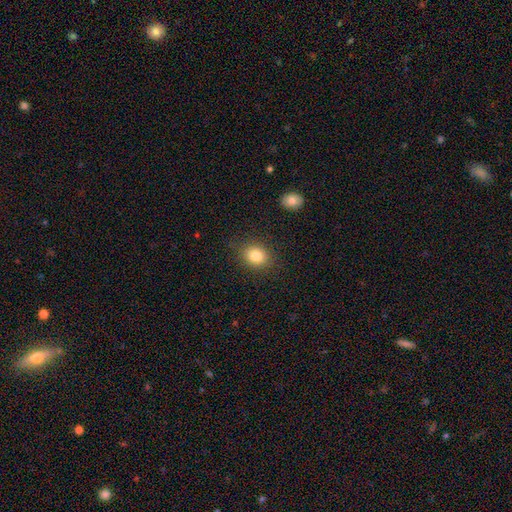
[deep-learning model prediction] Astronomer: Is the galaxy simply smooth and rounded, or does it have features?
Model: smooth — 83%.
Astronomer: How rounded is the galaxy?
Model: round — 54% (runner-up: in between, 46%).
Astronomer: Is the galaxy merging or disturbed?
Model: none — 84%.